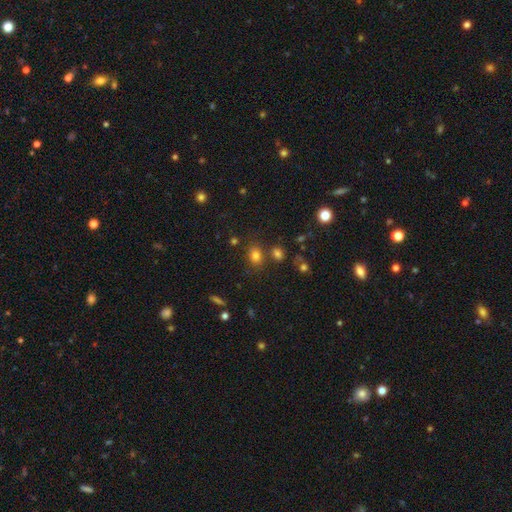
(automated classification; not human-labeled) smooth 78%, star or artifact 15%, featured or disk 8%. Down the decision tree: how rounded — in between (63%); merging — none (73%).